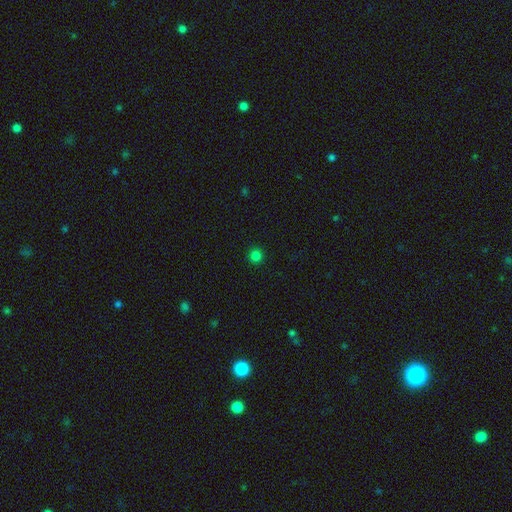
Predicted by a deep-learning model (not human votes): Smooth or featured? Predicted: smooth (p=0.82). How rounded? Predicted: round (p=0.96). Merging? Predicted: none (p=0.93).